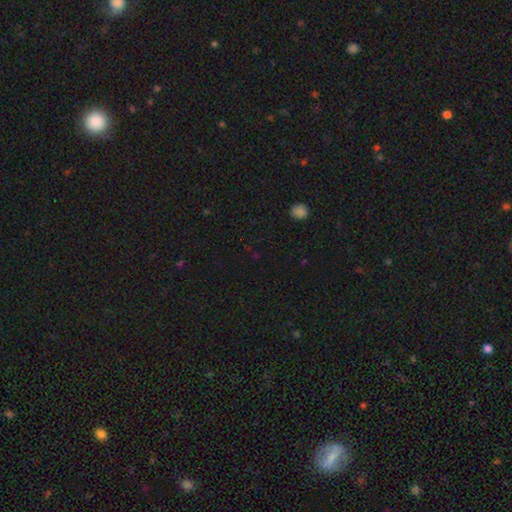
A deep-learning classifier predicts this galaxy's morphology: A star or artifact, not a galaxy (61%).